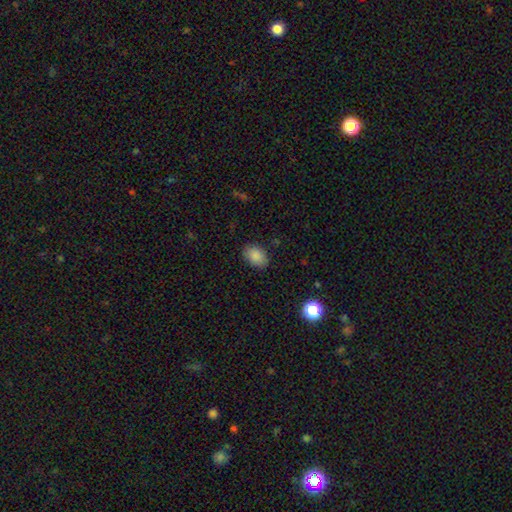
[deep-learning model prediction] A smooth galaxy with no disk features (87%) that is in between round and cigar-shaped (81%). Merging: none (85%).